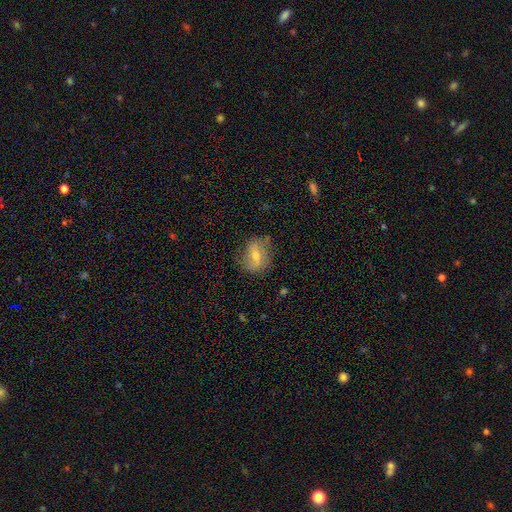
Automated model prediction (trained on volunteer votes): The model was most divided on "smooth or featured": featured or disk: 52%, smooth: 40%, star or artifact: 8%. More confident: edge-on disk — no (93%); merging — none (68%).